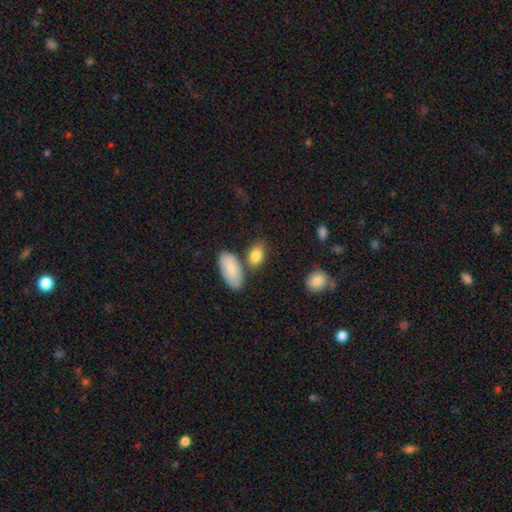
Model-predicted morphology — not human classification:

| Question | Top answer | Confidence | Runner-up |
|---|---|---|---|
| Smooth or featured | smooth | 83% | featured or disk (10%) |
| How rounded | in between | 87% | round (10%) |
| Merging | none | 65% | merger (16%) |